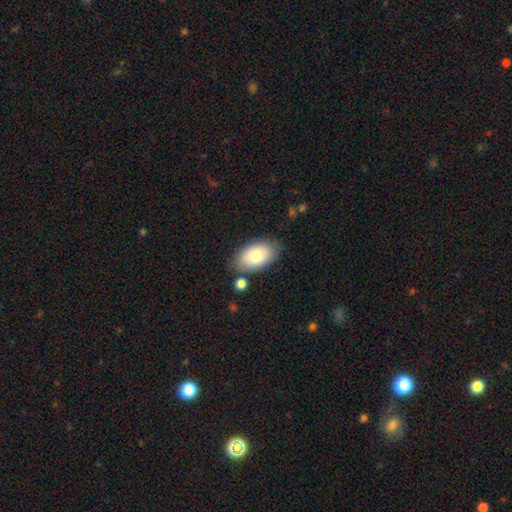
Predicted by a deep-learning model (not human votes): Morphology: type=smooth (81%); roundness=in between (94%); merging=none (77%).